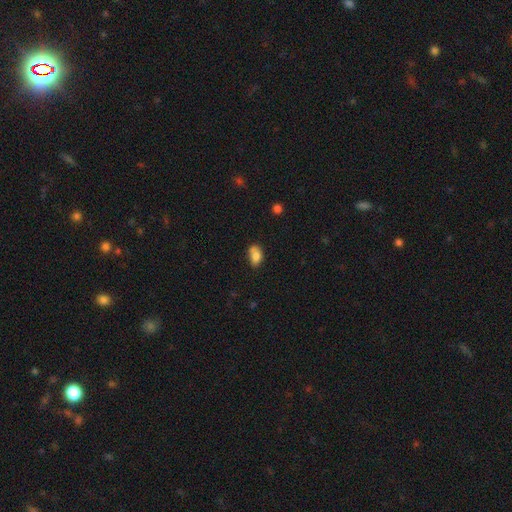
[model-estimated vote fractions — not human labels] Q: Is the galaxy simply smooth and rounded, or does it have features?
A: smooth — 79%.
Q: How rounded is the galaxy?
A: in between — 85%.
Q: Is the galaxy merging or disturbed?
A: none — 45%.